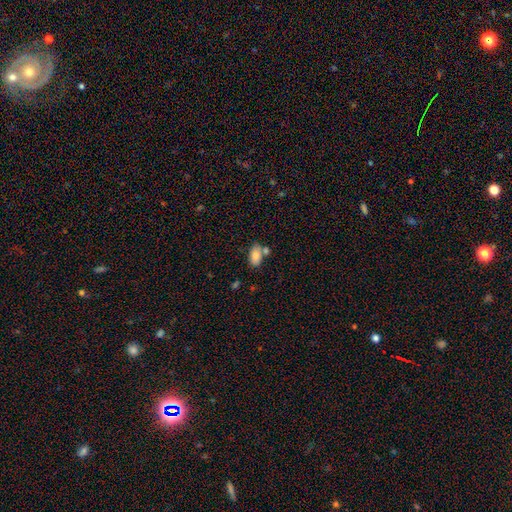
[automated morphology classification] This is clearly a smooth galaxy (83%). How rounded: clearly in between (92%). Merging: possibly none (59%).